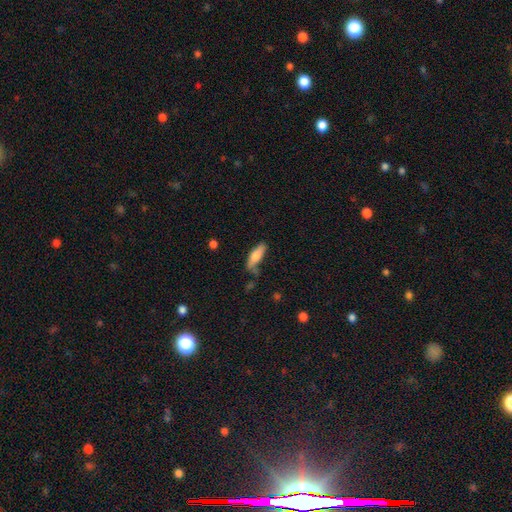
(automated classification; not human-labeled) The model was most divided on "how rounded": in between: 51%, cigar-shaped: 47%, round: 2%. More confident: smooth or featured — smooth (72%); merging — none (58%).